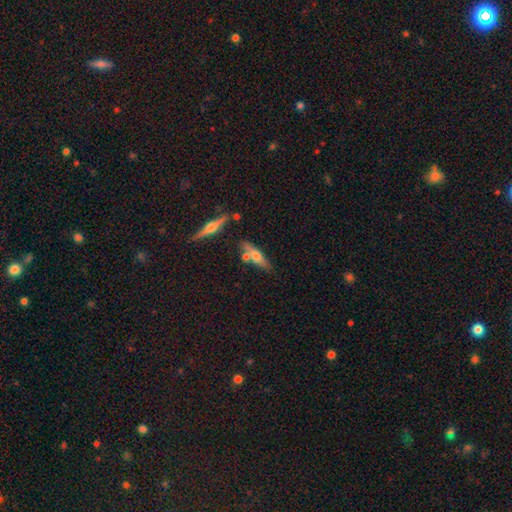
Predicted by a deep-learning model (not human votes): smooth-or-featured: featured or disk: 48% | smooth: 45% | star or artifact: 7%
  merging: none: 61% | merger: 21% | minor disturbance: 14% | major disturbance: 4%